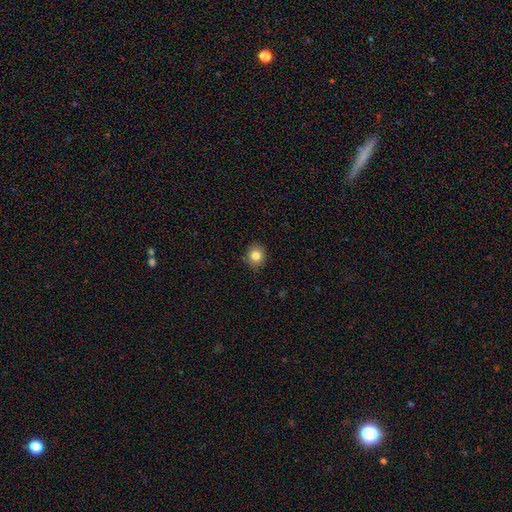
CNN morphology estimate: smooth_or_featured: smooth (p=0.83) [alt: star or artifact p=0.10]
how_rounded: round (p=0.77) [alt: in between p=0.22]
merging: none (p=0.89) [alt: minor disturbance p=0.08]